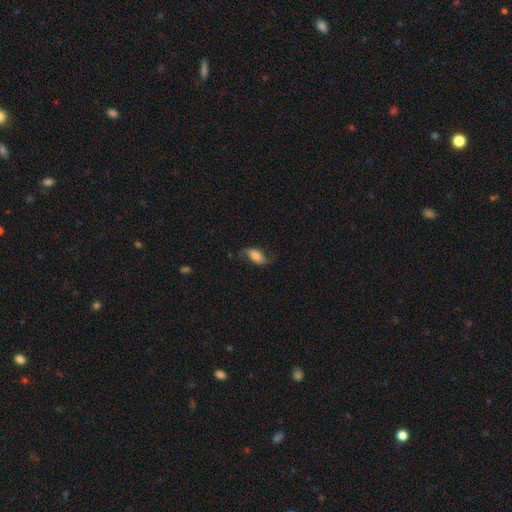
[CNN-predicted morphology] Smooth or featured? featured or disk (49%)
Merging? none (66%)